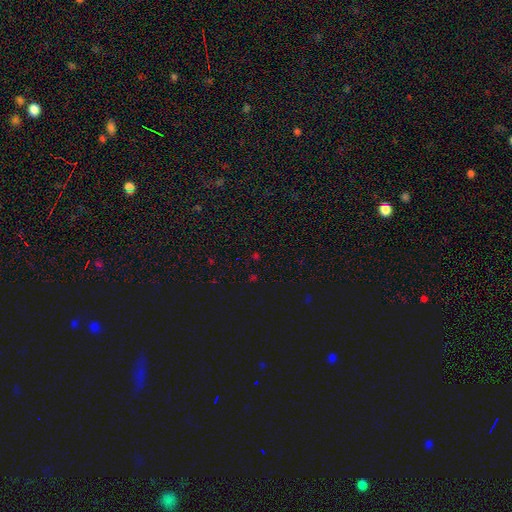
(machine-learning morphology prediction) type=star or artifact (62%).